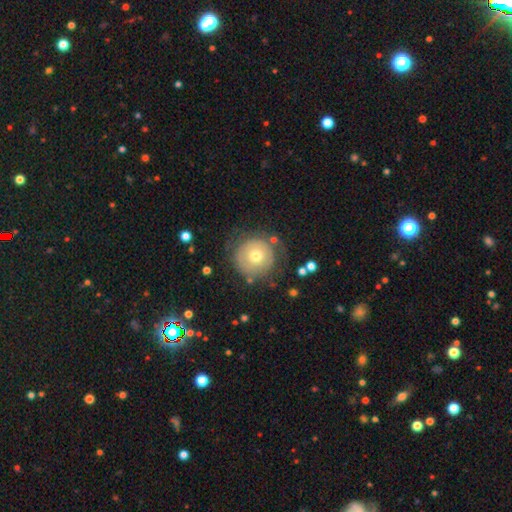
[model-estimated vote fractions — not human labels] Smooth or featured?
  - smooth: 56% *
  - featured or disk: 35%
  - star or artifact: 8%
How rounded?
  - round: 94% *
  - in between: 5%
  - cigar-shaped: 1%
Merging?
  - none: 72% *
  - minor disturbance: 17%
  - major disturbance: 9%
  - merger: 3%